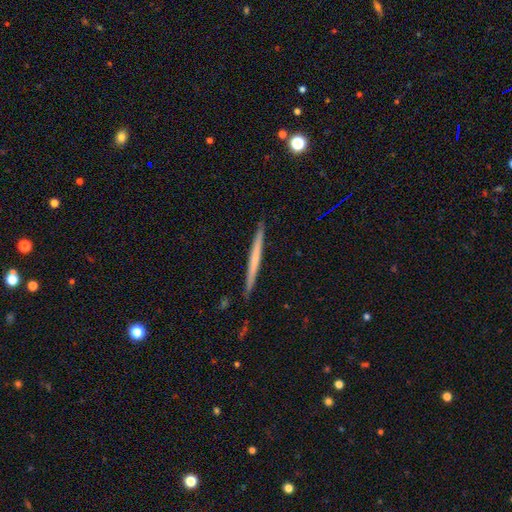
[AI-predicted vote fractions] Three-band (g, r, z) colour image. It shows a featured or disk galaxy (50%) viewed edge-on (97%). Merging: none (91%).